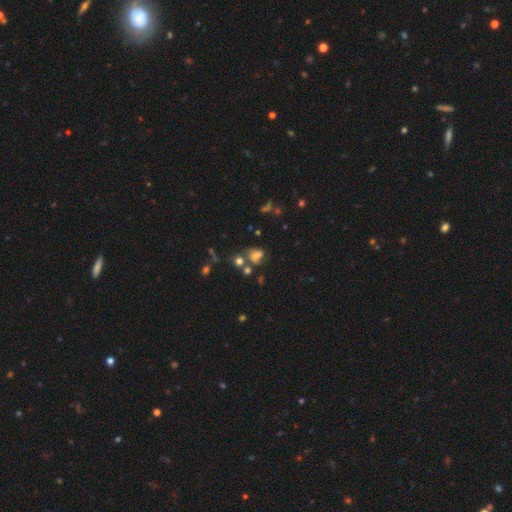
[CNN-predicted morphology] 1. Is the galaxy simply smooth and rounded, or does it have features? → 58% smooth, 24% star or artifact, 18% featured or disk.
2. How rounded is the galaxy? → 56% in between, 42% round, 2% cigar-shaped.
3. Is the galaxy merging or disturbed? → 44% none, 24% merger, 18% minor disturbance, 14% major disturbance.